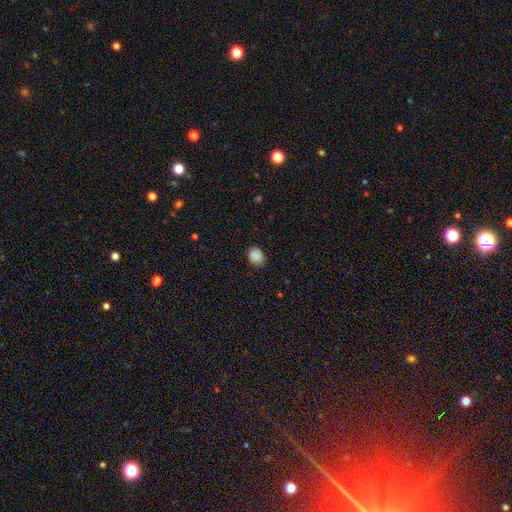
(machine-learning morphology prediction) Q: Smooth or featured?
A: smooth (86%); runner-up: star or artifact (9%)
Q: How rounded?
A: round (53%); runner-up: in between (46%)
Q: Merging?
A: none (80%); runner-up: minor disturbance (16%)